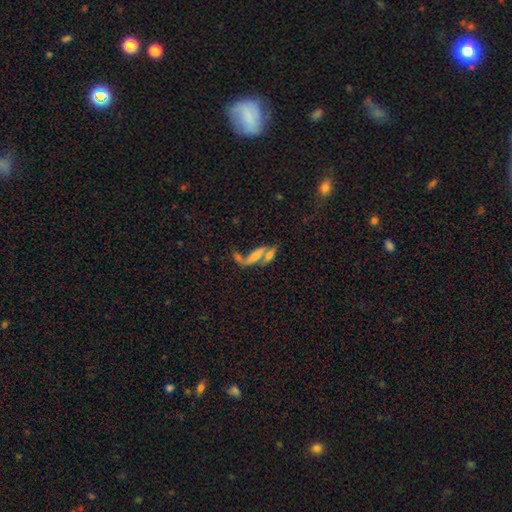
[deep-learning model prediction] Smooth or featured?
  - smooth: 50% *
  - featured or disk: 39%
  - star or artifact: 12%
Merging?
  - merger: 57% *
  - none: 25%
  - major disturbance: 9%
  - minor disturbance: 9%